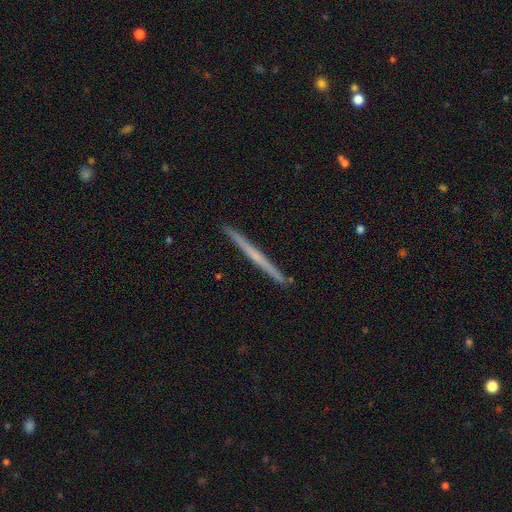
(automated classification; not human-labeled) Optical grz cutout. It shows a featured or disk galaxy (58%) viewed edge-on (98%) with no central bulge (79%). Merging: none (93%).